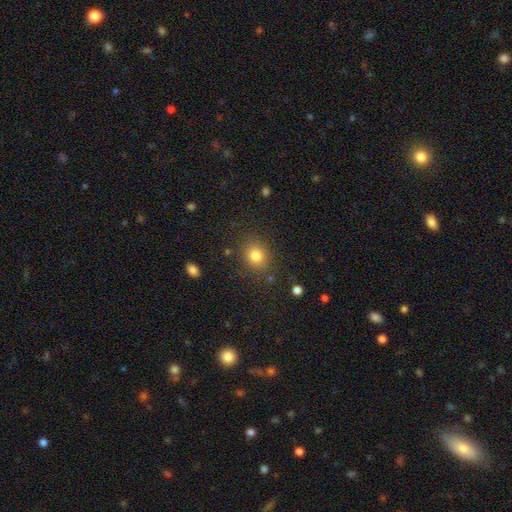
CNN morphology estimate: Overall: smooth (80%). How rounded: round (67%; in between 32%). Merging: none (83%).